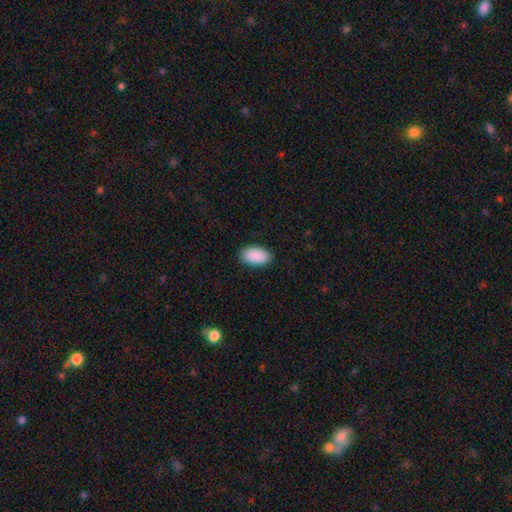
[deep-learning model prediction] Smooth or featured? smooth (92%)
How rounded? in between (96%)
Merging? none (89%)